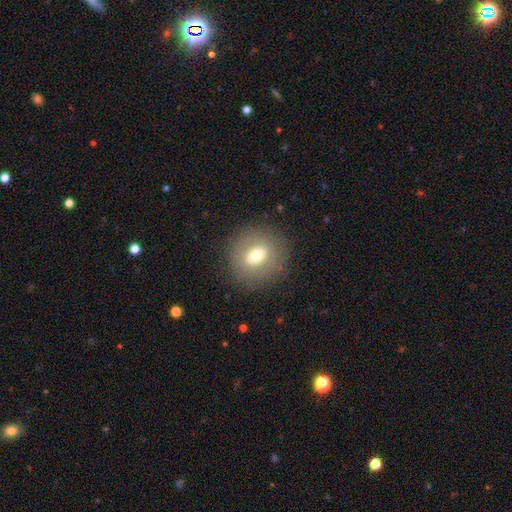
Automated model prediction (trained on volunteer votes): Morphology: type=smooth (57%); roundness=round (79%); merging=none (84%).